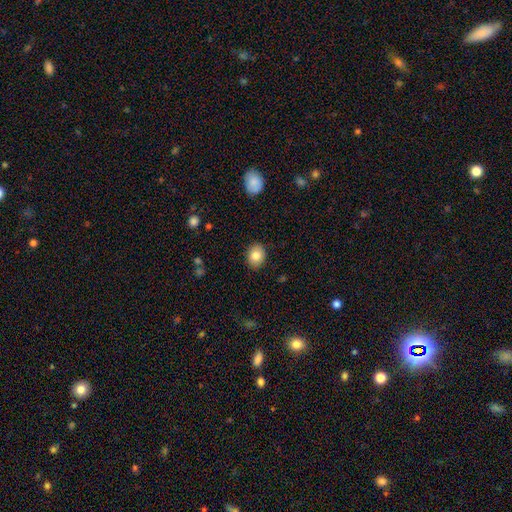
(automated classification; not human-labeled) Smooth or featured?
  - smooth: 82% *
  - featured or disk: 9%
  - star or artifact: 8%
How rounded?
  - in between: 54% *
  - round: 45%
  - cigar-shaped: 1%
Merging?
  - none: 89% *
  - minor disturbance: 8%
  - major disturbance: 2%
  - merger: 1%